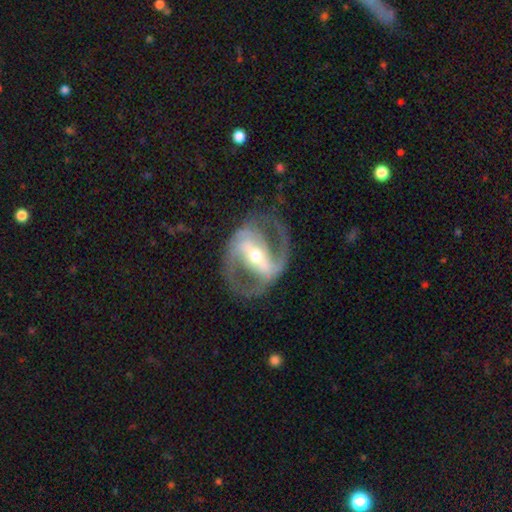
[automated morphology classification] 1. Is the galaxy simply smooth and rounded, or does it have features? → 89% featured or disk, 6% smooth, 5% star or artifact.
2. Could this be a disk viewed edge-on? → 95% no, 5% yes.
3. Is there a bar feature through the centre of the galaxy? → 66% strong, 23% weak, 11% no.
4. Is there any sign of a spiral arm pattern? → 90% yes, 10% no.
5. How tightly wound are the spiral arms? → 55% medium, 23% tight, 22% loose.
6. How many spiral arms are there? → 89% 2, 5% can't tell, 2% 3, 2% 1, 1% 4, 1% more than 4.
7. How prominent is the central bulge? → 59% moderate, 34% small, 5% large, 1% dominant, 1% none.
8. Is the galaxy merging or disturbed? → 73% none, 14% minor disturbance, 12% major disturbance, 2% merger.